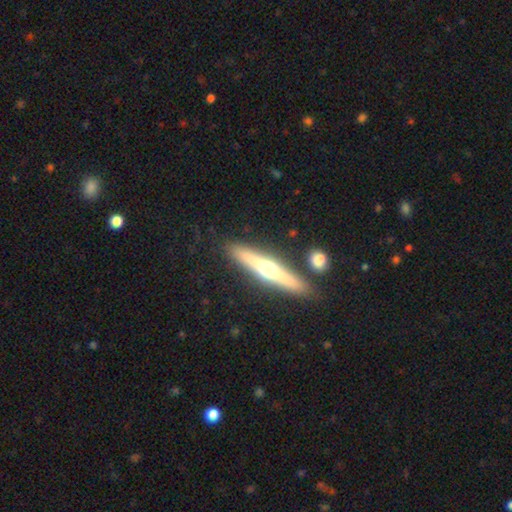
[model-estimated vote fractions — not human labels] This appears to be a featured or disk galaxy (70%) viewed edge-on (96%) with a rounded central bulge (91%). Merging: none (84%).